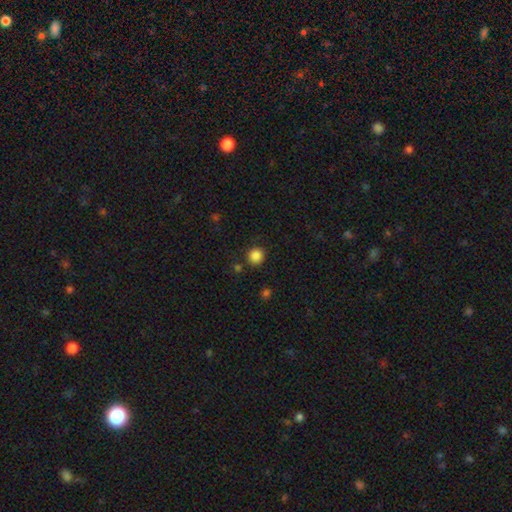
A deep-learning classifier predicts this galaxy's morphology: A smooth galaxy with no disk features (86%) that is round (92%). Merging: none (87%).